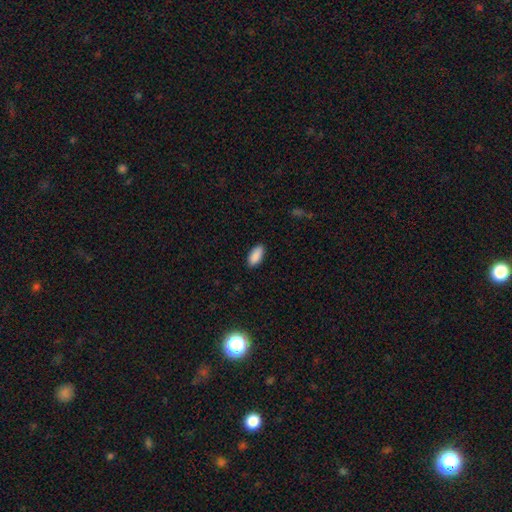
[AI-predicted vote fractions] This is clearly a smooth galaxy (90%). How rounded: clearly in between (89%). Merging: clearly none (87%).